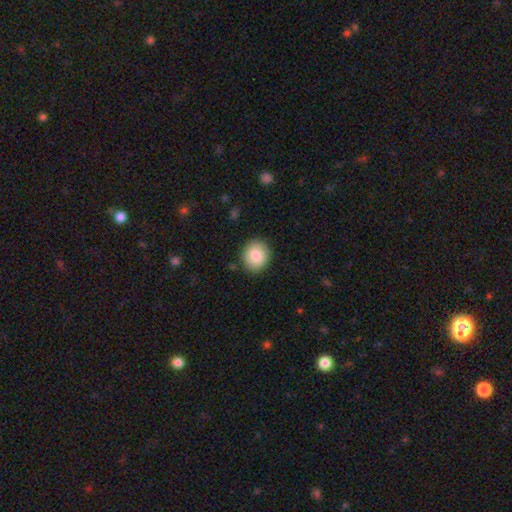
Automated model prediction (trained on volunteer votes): This appears to be a smooth galaxy with no disk features (85%) that is round (75%). Merging: none (88%).